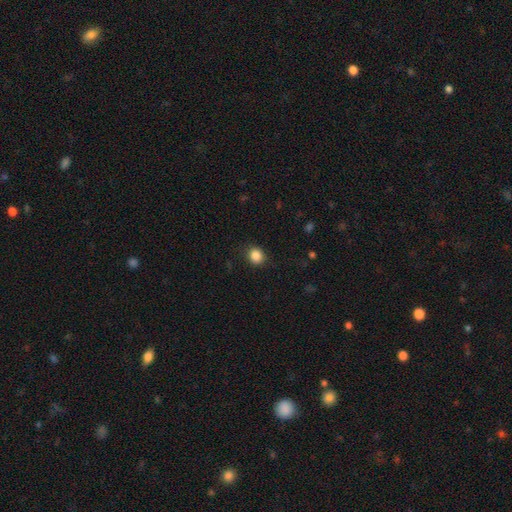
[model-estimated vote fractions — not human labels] A smooth galaxy with no disk features (86%) that is round (72%). Merging: none (86%).